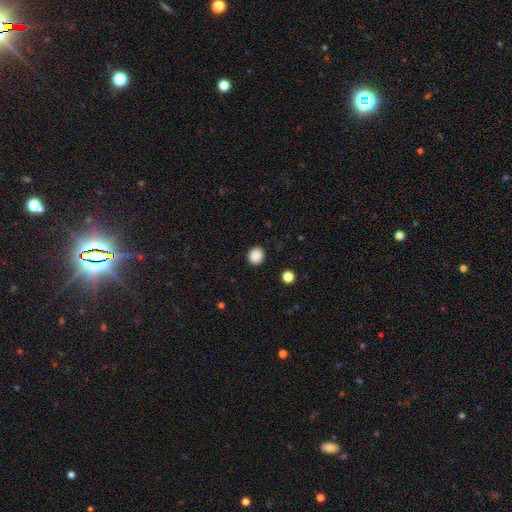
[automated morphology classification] This is clearly a smooth galaxy (88%). How rounded: clearly round (87%). Merging: clearly none (92%).